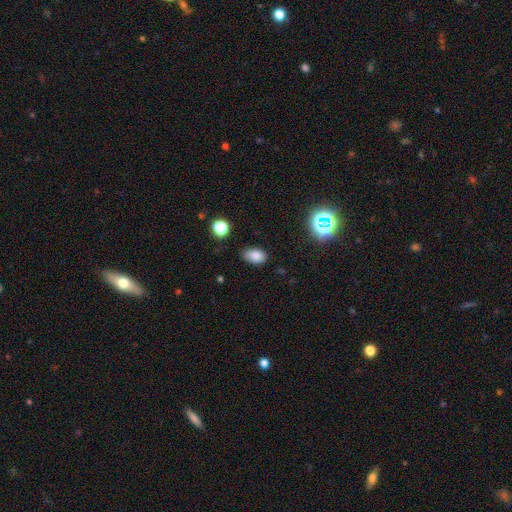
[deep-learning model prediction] Smooth or featured?
  - smooth: 83% *
  - star or artifact: 12%
  - featured or disk: 5%
How rounded?
  - in between: 88% *
  - round: 11%
  - cigar-shaped: 1%
Merging?
  - none: 77% *
  - minor disturbance: 17%
  - major disturbance: 4%
  - merger: 2%